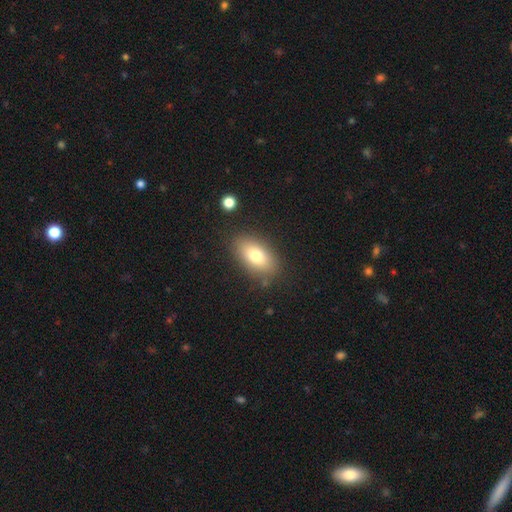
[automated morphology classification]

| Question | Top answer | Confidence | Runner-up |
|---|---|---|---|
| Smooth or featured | smooth | 76% | featured or disk (16%) |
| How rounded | in between | 90% | round (6%) |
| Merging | none | 83% | minor disturbance (11%) |